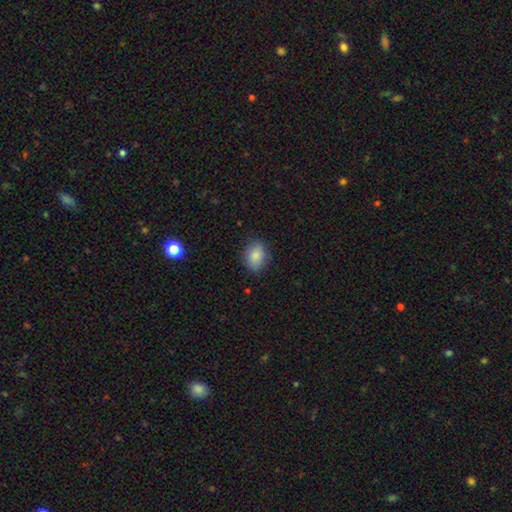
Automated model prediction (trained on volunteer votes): Q: Smooth or featured?
A: smooth (85%); runner-up: star or artifact (8%)
Q: How rounded?
A: in between (63%); runner-up: round (36%)
Q: Merging?
A: none (83%); runner-up: minor disturbance (13%)